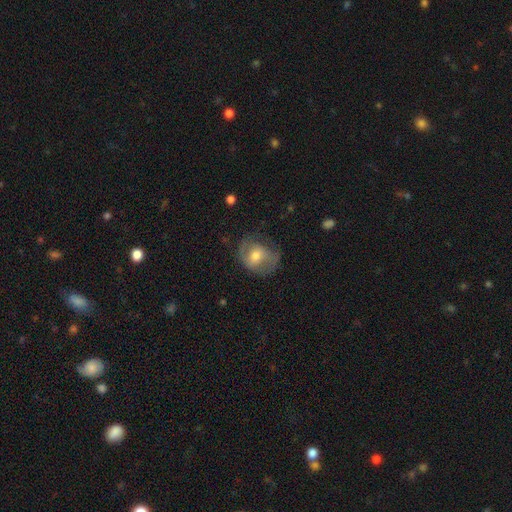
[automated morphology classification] The model was most divided on "smooth or featured": featured or disk: 51%, smooth: 42%, star or artifact: 7%. More confident: edge-on disk — no (96%); merging — none (57%).